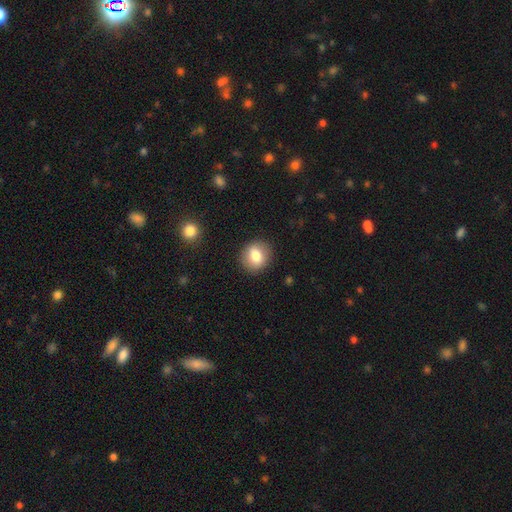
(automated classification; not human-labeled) Morphology: type=smooth (77%); roundness=round (73%); merging=none (88%).